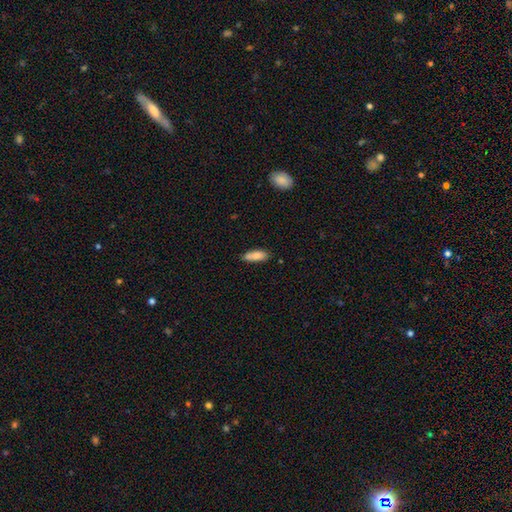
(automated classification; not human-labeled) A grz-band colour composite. It shows a smooth galaxy with no disk features (83%) that is in between round and cigar-shaped (64%). Merging: none (74%).